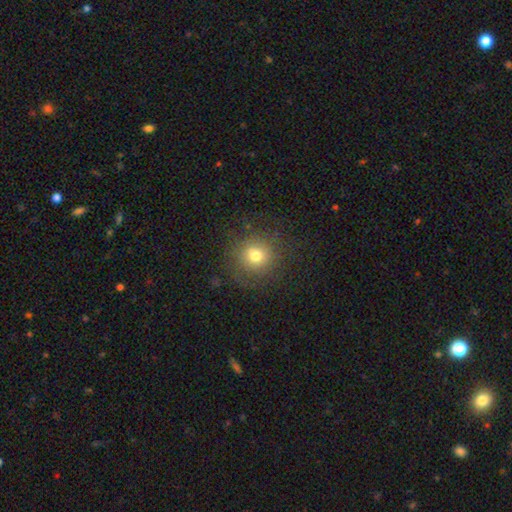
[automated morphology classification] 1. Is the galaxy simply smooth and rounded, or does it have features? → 71% smooth, 16% star or artifact, 13% featured or disk.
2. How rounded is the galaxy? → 90% round, 9% in between, 1% cigar-shaped.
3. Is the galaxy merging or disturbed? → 79% none, 12% minor disturbance, 7% major disturbance, 2% merger.